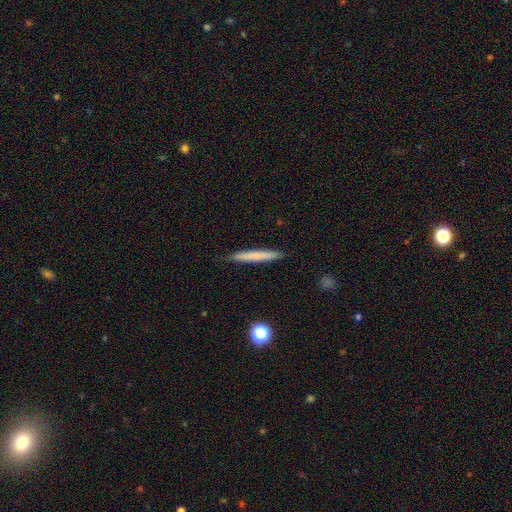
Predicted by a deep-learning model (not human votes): A smooth galaxy with no disk features (68%) that is cigar-shaped (96%). Merging: none (90%).